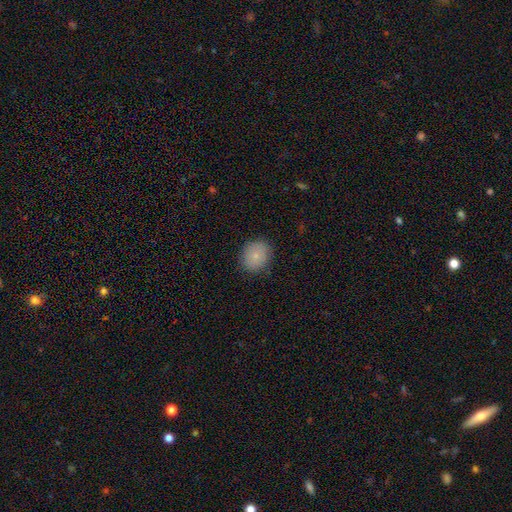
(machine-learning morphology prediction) A smooth galaxy with no disk features (80%) that is round (77%). Merging: none (85%).